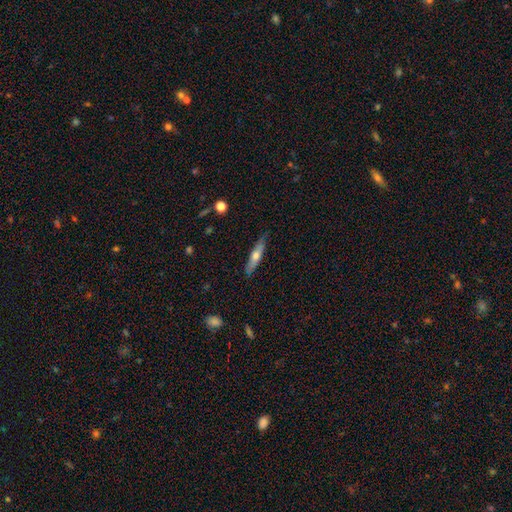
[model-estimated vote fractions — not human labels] Smooth or featured: smooth — 50% (featured or disk — 44%)
How rounded: cigar-shaped — 83% (in between — 15%)
Merging: none — 82% (minor disturbance — 14%)